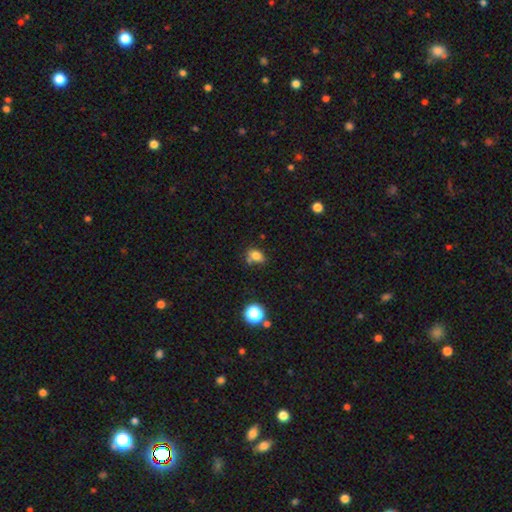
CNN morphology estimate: A smooth galaxy with no disk features (79%) that is in between round and cigar-shaped (72%).

Vote fractions:
- Smooth or featured? smooth: 79% / star or artifact: 13% / featured or disk: 8%
- How rounded? in between: 72% / round: 26% / cigar-shaped: 2%
- Merging? none: 61% / minor disturbance: 20% / merger: 14% / major disturbance: 5%